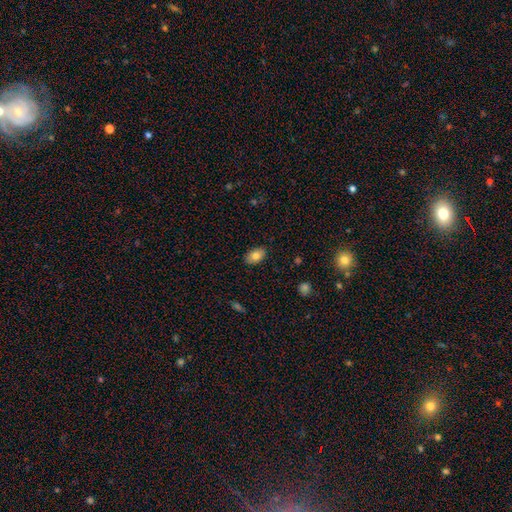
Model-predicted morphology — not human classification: A smooth galaxy with no disk features (81%) that is in between round and cigar-shaped (91%). Merging: none (87%).